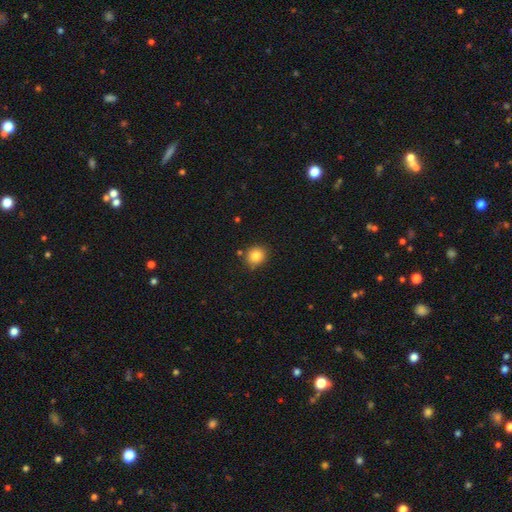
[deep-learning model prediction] This is clearly a smooth galaxy (84%). How rounded: clearly round (82%). Merging: clearly none (81%).